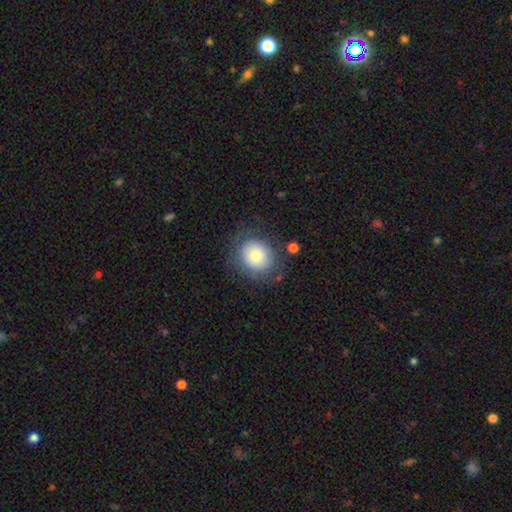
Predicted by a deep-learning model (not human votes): A smooth galaxy with no disk features (78%) that is round (75%).

Vote fractions:
- Smooth or featured? smooth: 78% / featured or disk: 14% / star or artifact: 8%
- How rounded? round: 75% / in between: 24% / cigar-shaped: 1%
- Merging? none: 71% / minor disturbance: 17% / major disturbance: 9% / merger: 2%